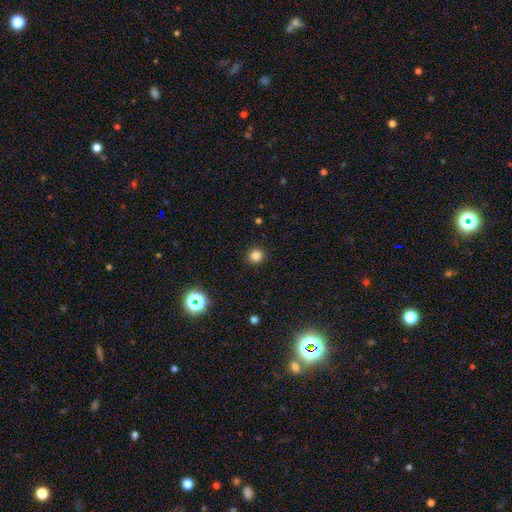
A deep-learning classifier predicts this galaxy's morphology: Q: Smooth or featured?
A: smooth (82%); runner-up: star or artifact (14%)
Q: How rounded?
A: round (94%); runner-up: in between (5%)
Q: Merging?
A: none (92%); runner-up: minor disturbance (5%)